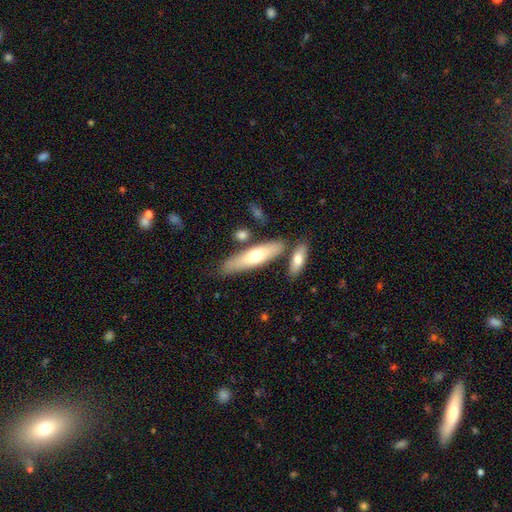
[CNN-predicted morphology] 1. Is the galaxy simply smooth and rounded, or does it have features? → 57% smooth, 38% featured or disk, 5% star or artifact.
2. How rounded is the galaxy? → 68% cigar-shaped, 30% in between, 2% round.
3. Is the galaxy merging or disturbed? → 75% none, 12% minor disturbance, 10% merger, 3% major disturbance.